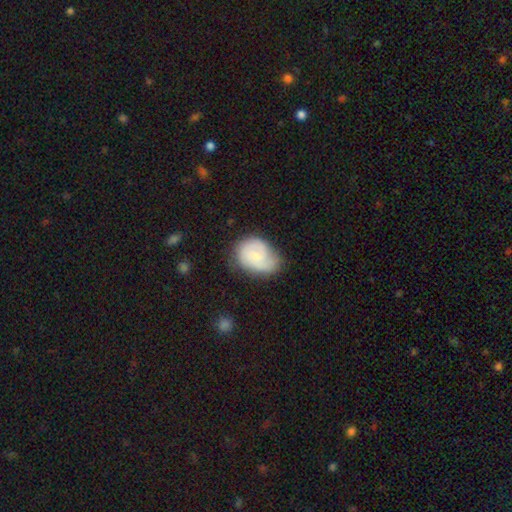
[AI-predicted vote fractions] Smooth or featured? featured or disk (52%)
Edge-on disk? no (97%)
Bar? no (63%)
Spiral arms? yes (85%)
Bulge size? small (60%)
Merging? none (55%)